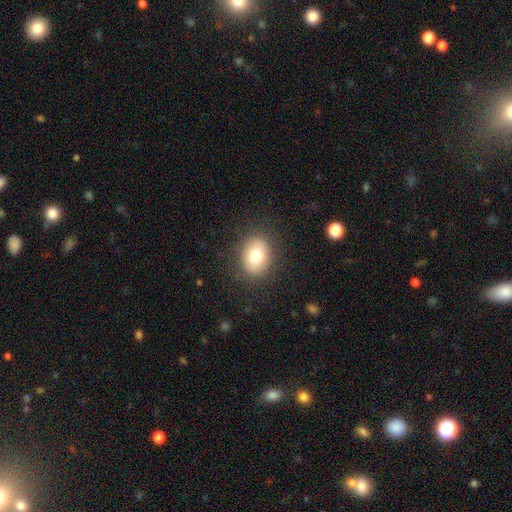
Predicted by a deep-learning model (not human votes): smooth-or-featured: smooth: 76% | featured or disk: 14% | star or artifact: 10%
  how-rounded: in between: 52% | round: 47% | cigar-shaped: 1%
  merging: none: 87% | minor disturbance: 9% | major disturbance: 3% | merger: 1%